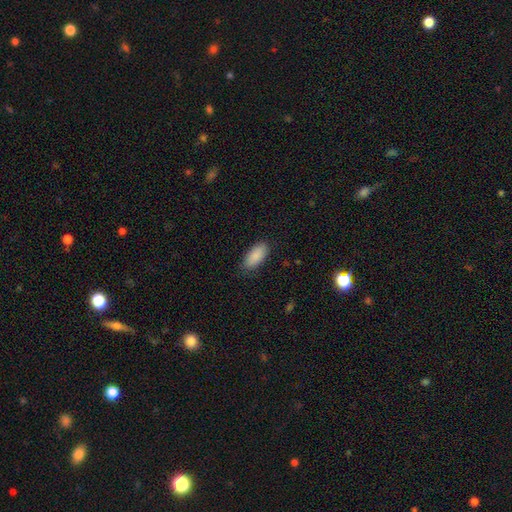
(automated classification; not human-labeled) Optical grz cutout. It shows a smooth galaxy with no disk features (89%) that is in between round and cigar-shaped (90%). Merging: none (84%).